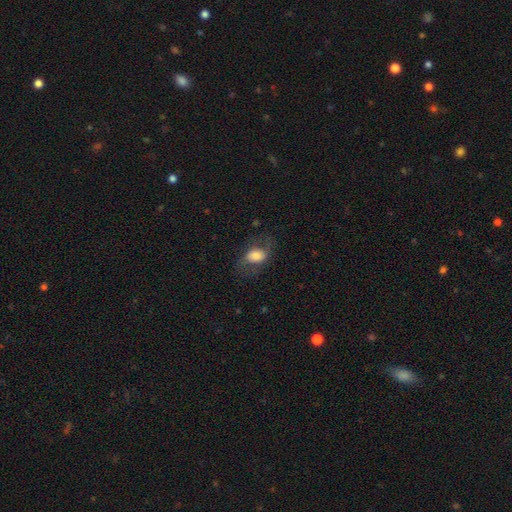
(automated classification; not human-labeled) Smooth or featured?
  - smooth: 63% *
  - featured or disk: 29%
  - star or artifact: 8%
How rounded?
  - in between: 76% *
  - round: 22%
  - cigar-shaped: 2%
Merging?
  - none: 62% *
  - minor disturbance: 19%
  - major disturbance: 17%
  - merger: 1%